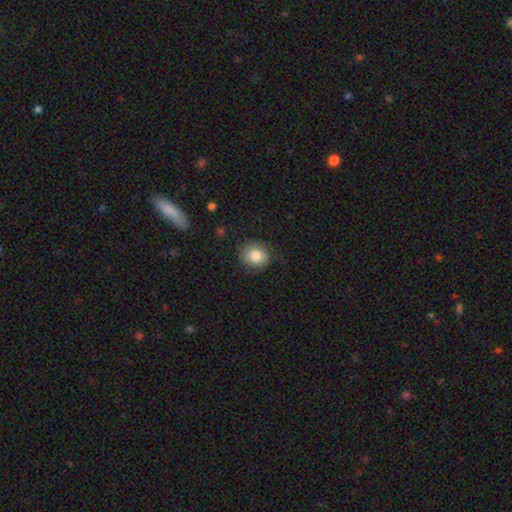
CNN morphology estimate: smooth_or_featured: smooth (p=0.83) [alt: star or artifact p=0.09]
how_rounded: round (p=0.73) [alt: in between p=0.26]
merging: none (p=0.82) [alt: minor disturbance p=0.14]